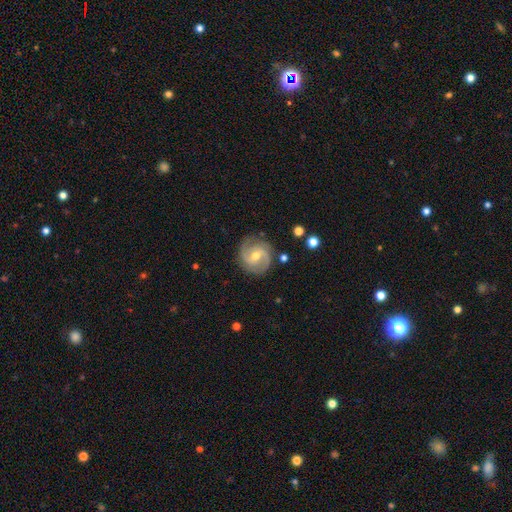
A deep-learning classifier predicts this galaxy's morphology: This appears to be a featured or disk galaxy (82%) with a weak bar (47%), 2 (75%) medium (49%) spiral arms (95%) and a moderate central bulge (60%). Merging: none (81%).